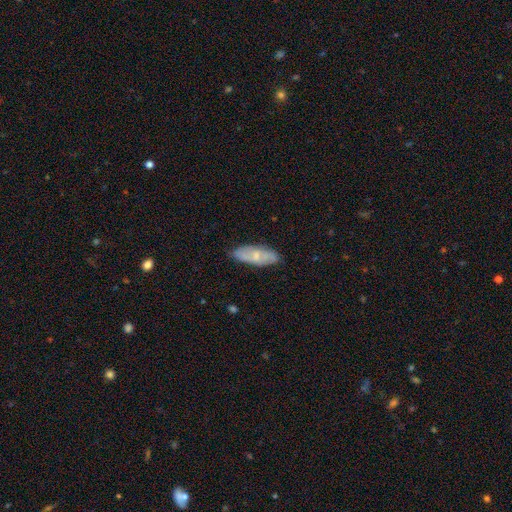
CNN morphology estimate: This is possibly a smooth galaxy (52%). How rounded: likely in between (69%). Merging: clearly none (80%).